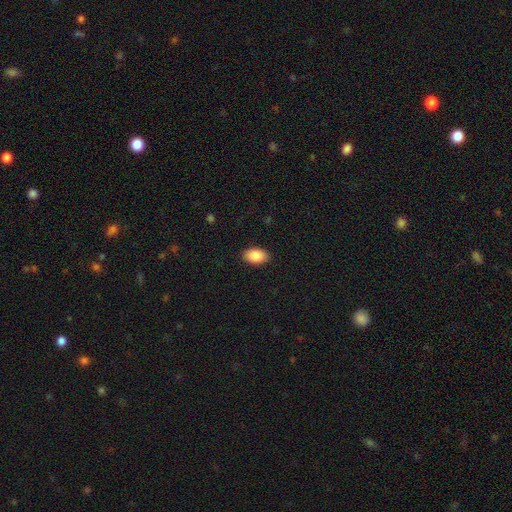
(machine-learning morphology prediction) A smooth galaxy with no disk features (88%) that is in between round and cigar-shaped (93%). Merging: none (89%).